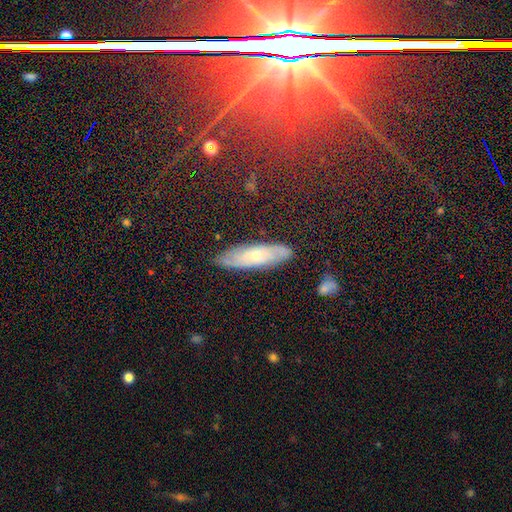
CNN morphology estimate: A featured or disk galaxy (53%). Merging: none (84%).